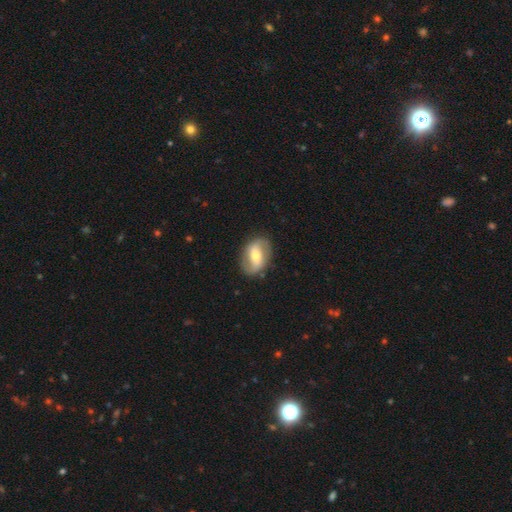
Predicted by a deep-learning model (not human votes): Q: Smooth or featured?
A: featured or disk (64%); runner-up: smooth (30%)
Q: Edge-on disk?
A: no (95%); runner-up: yes (5%)
Q: Bar?
A: strong (38%); runner-up: weak (35%)
Q: Spiral arms?
A: yes (76%); runner-up: no (24%)
Q: Bulge size?
A: moderate (60%); runner-up: small (32%)
Q: Merging?
A: none (83%); runner-up: minor disturbance (12%)